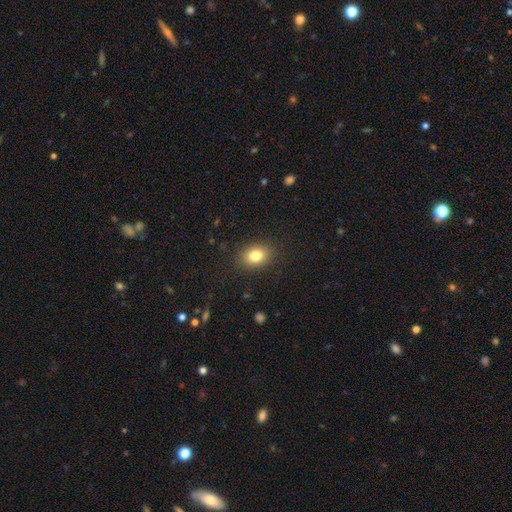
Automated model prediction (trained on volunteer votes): Smooth or featured?
  - smooth: 82% *
  - star or artifact: 10%
  - featured or disk: 8%
How rounded?
  - in between: 72% *
  - round: 27%
  - cigar-shaped: 1%
Merging?
  - none: 87% *
  - minor disturbance: 9%
  - major disturbance: 3%
  - merger: 1%